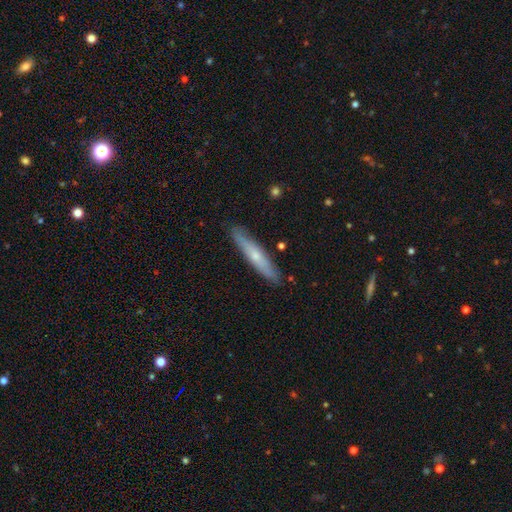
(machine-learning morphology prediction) Smooth or featured?
  - smooth: 48% *
  - featured or disk: 46%
  - star or artifact: 6%
Merging?
  - none: 87% *
  - minor disturbance: 10%
  - major disturbance: 2%
  - merger: 1%